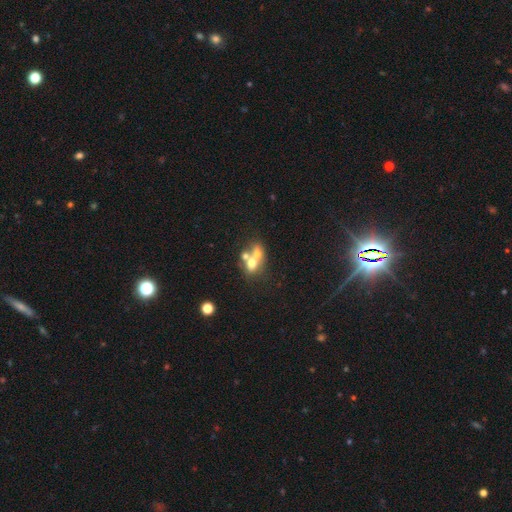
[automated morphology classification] A smooth galaxy with no disk features (57%) that is round (50%). Merging: merger (65%).